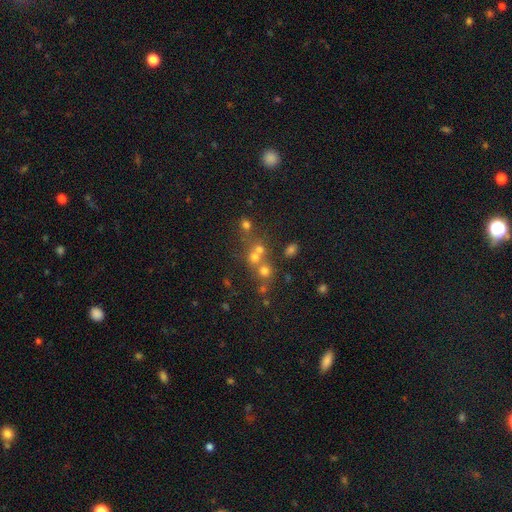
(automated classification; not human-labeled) The model was most divided on "merging": none: 46%, merger: 42%, minor disturbance: 7%, major disturbance: 5%. Remaining: smooth or featured — smooth (49%).